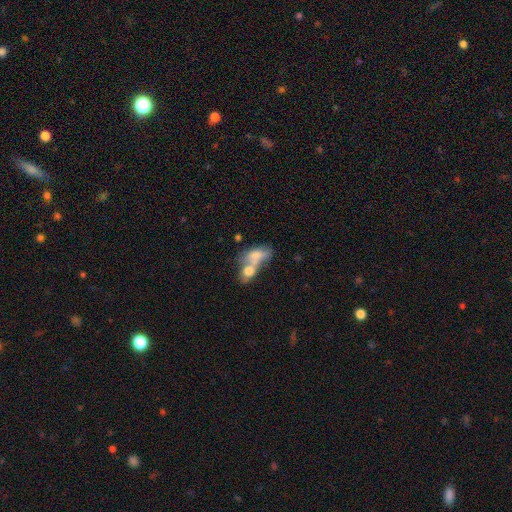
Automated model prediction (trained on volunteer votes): A smooth galaxy with no disk features (69%) that is in between round and cigar-shaped (81%). Merging: merger (70%).